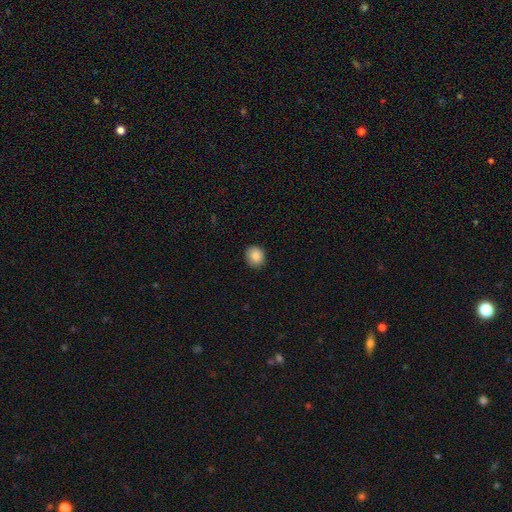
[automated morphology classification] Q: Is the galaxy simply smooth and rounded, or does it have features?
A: smooth — 85%.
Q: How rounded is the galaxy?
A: round — 75%.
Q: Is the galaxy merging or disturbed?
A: none — 89%.